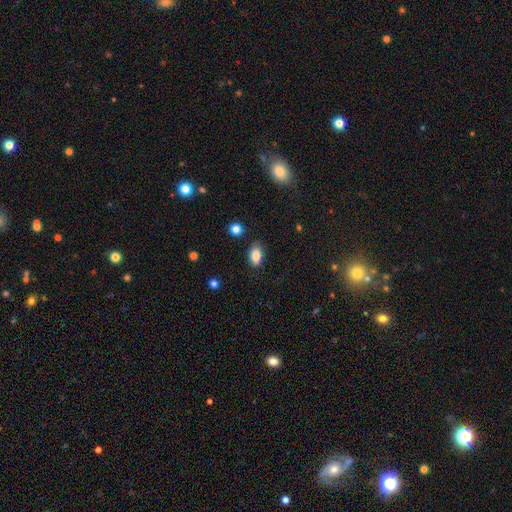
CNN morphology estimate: A smooth galaxy with no disk features (85%) that is in between round and cigar-shaped (89%). Merging: none (80%).